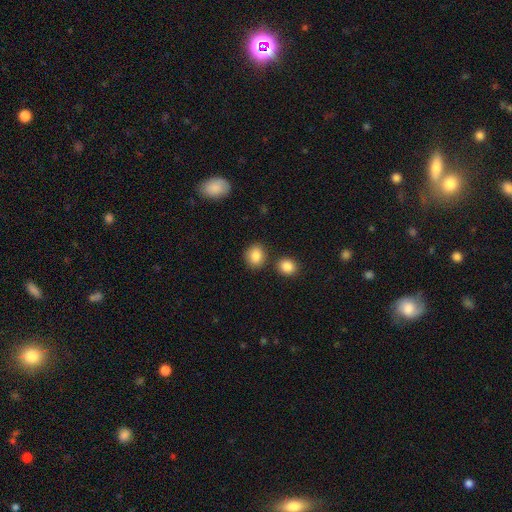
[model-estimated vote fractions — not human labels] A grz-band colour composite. It shows a smooth galaxy with no disk features (87%) that is round (66%). Merging: none (78%).